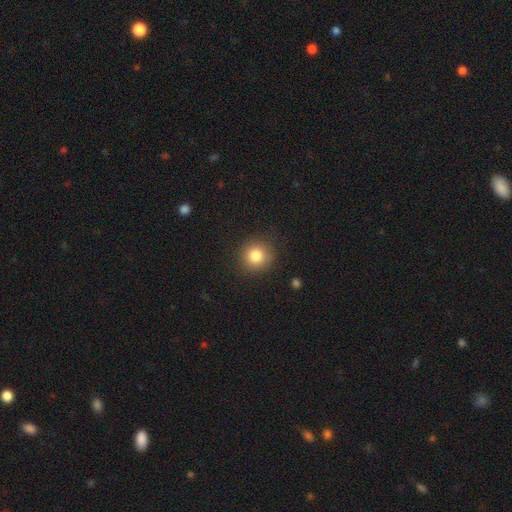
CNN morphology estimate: type=smooth (82%); roundness=round (90%); merging=none (88%).